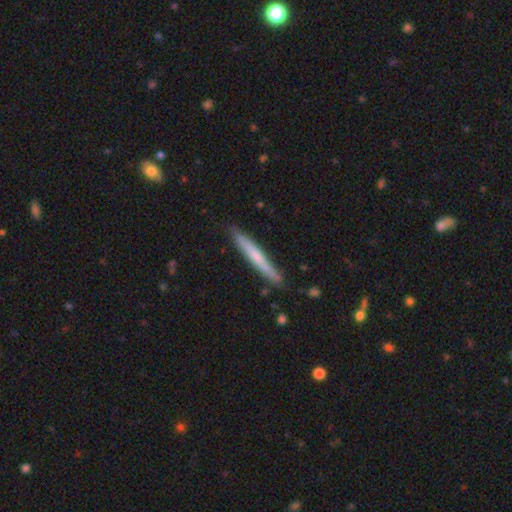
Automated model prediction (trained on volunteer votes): The model was most divided on "smooth or featured": smooth: 55%, featured or disk: 39%, star or artifact: 6%. More confident: how rounded — cigar-shaped (96%); merging — none (86%).